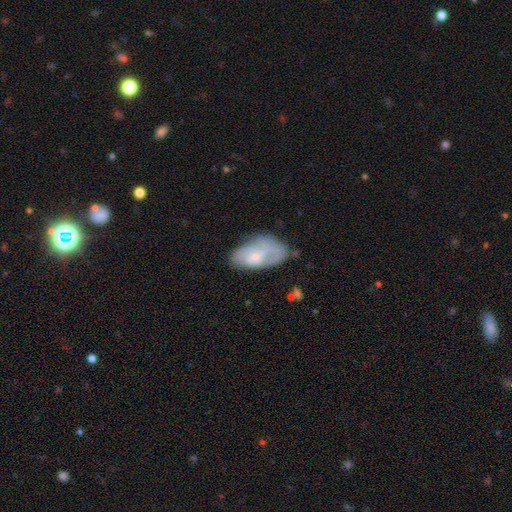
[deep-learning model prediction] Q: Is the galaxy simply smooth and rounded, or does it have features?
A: featured or disk — 52%.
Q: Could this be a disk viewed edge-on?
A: no — 94%.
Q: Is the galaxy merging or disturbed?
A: none — 48%.